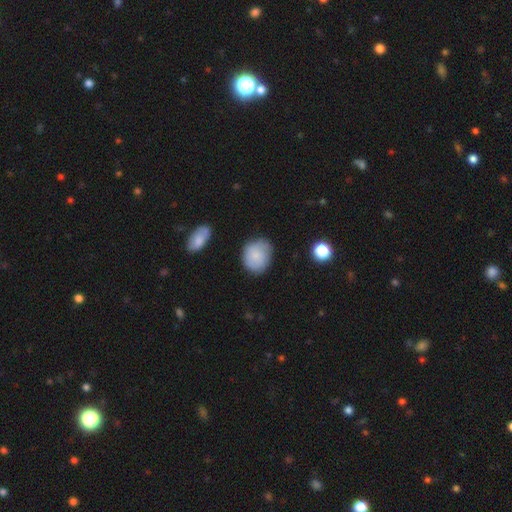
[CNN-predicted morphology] The model was most divided on "how rounded": round: 60%, in between: 39%, cigar-shaped: 1%. More confident: smooth or featured — smooth (80%); merging — none (68%).